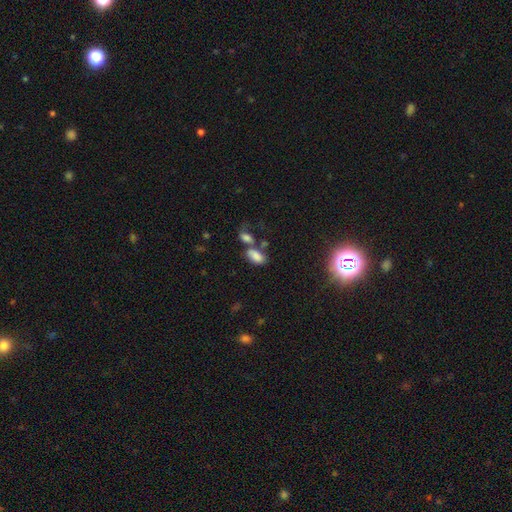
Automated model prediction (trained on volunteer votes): smooth 79%, star or artifact 11%, featured or disk 10%. Down the decision tree: how rounded — in between (92%); merging — merger (43%).